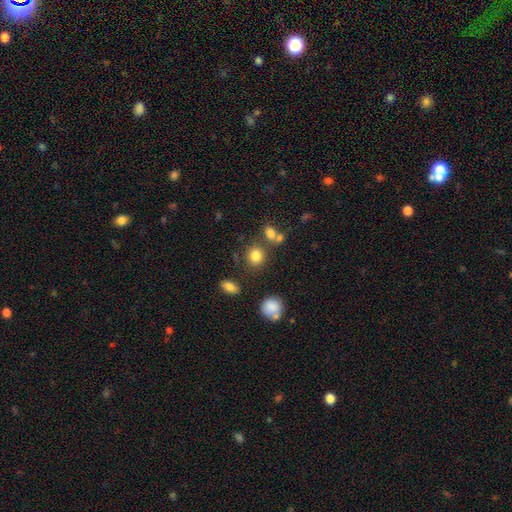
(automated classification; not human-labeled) Smooth or featured?
  - smooth: 82% *
  - star or artifact: 12%
  - featured or disk: 6%
How rounded?
  - round: 81% *
  - in between: 18%
  - cigar-shaped: 1%
Merging?
  - none: 73% *
  - merger: 13%
  - minor disturbance: 10%
  - major disturbance: 4%